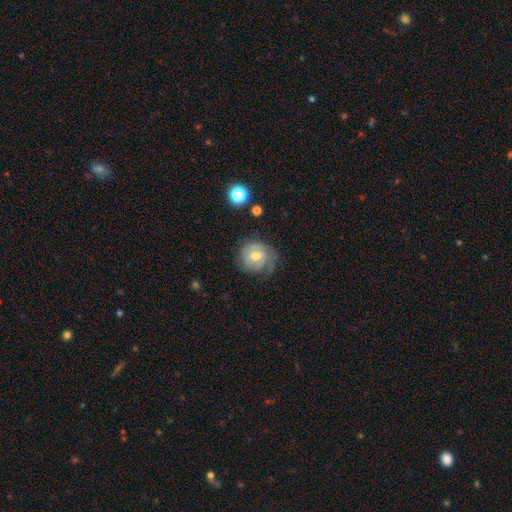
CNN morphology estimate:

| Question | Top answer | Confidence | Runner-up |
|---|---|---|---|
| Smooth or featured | featured or disk | 61% | smooth (32%) |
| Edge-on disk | no | 97% | yes (3%) |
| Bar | weak | 47% | no (46%) |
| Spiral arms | yes | 86% | no (14%) |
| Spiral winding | tight | 56% | medium (33%) |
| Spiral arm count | can't tell | 35% | tied: 2 (35%) |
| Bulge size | moderate | 57% | small (35%) |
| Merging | none | 60% | minor disturbance (25%) |